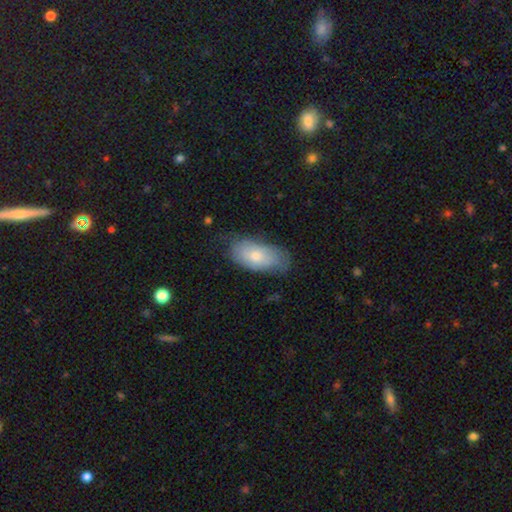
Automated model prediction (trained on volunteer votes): Q: Smooth or featured?
A: smooth (66%); runner-up: featured or disk (27%)
Q: How rounded?
A: in between (92%); runner-up: cigar-shaped (5%)
Q: Merging?
A: none (63%); runner-up: minor disturbance (29%)